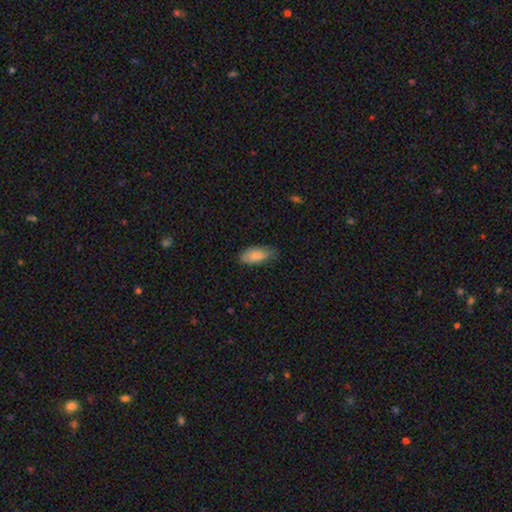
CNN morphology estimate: This is clearly a smooth galaxy (82%). How rounded: clearly in between (89%). Merging: likely none (65%).